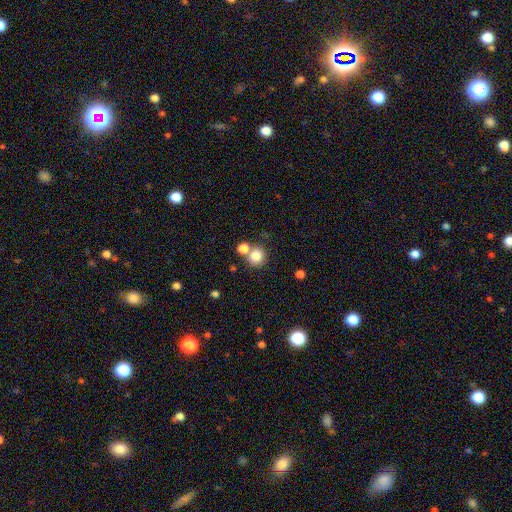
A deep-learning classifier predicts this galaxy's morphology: smooth-or-featured: smooth: 81% | star or artifact: 12% | featured or disk: 7%
  how-rounded: round: 88% | in between: 11% | cigar-shaped: 1%
  merging: none: 62% | merger: 27% | minor disturbance: 8% | major disturbance: 3%